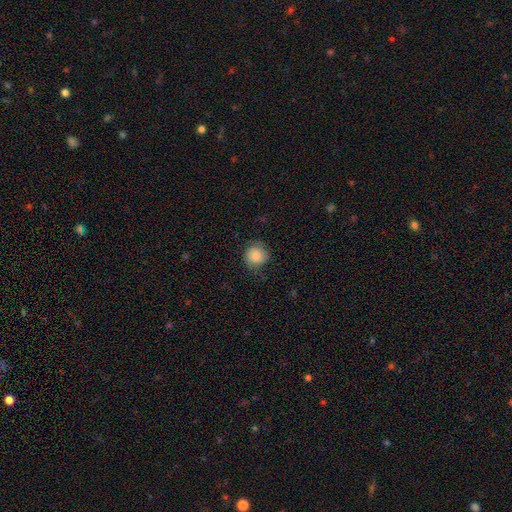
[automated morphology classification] Q: Smooth or featured?
A: smooth (78%); runner-up: featured or disk (14%)
Q: How rounded?
A: round (89%); runner-up: in between (10%)
Q: Merging?
A: none (72%); runner-up: minor disturbance (20%)